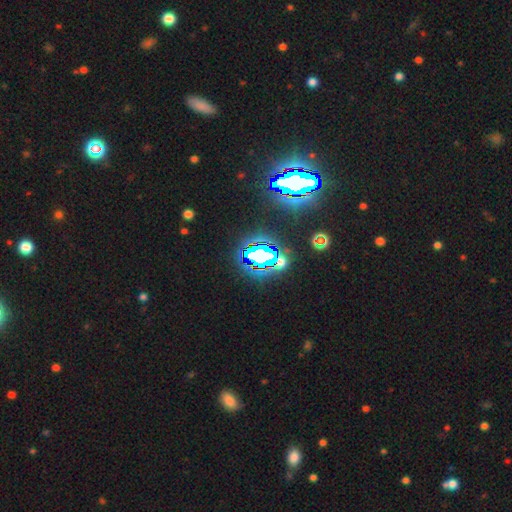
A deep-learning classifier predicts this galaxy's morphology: type=star or artifact (77%).